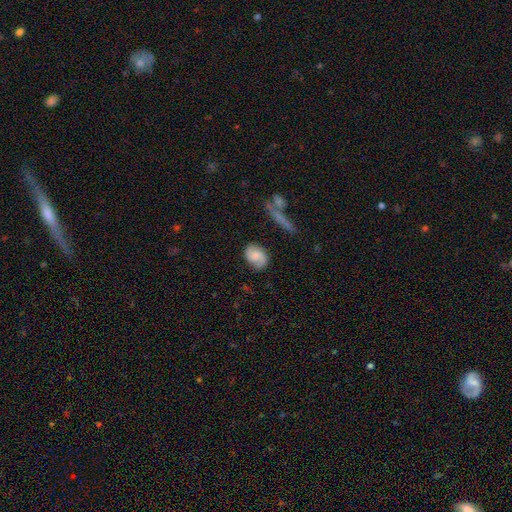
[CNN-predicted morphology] Smooth or featured? featured or disk (46%)
Merging? none (76%)